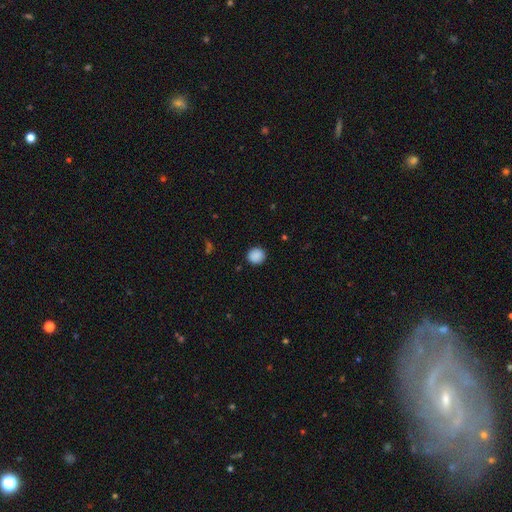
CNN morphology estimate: Smooth or featured? smooth (89%)
How rounded? round (90%)
Merging? none (91%)